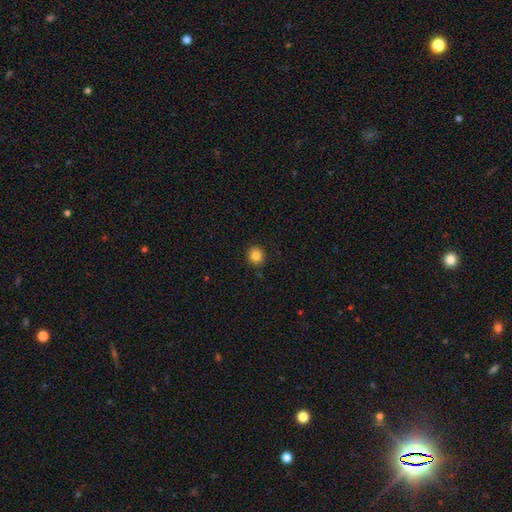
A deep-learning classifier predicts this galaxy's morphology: Overall: smooth (85%). How rounded: round (84%). Merging: none (90%).